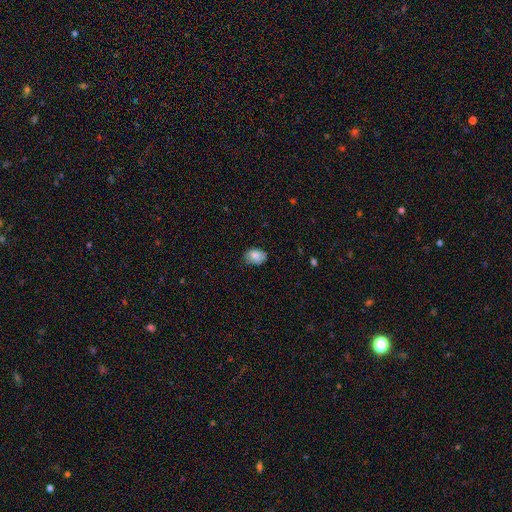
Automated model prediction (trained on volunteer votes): This is clearly a smooth galaxy (82%). How rounded: likely in between (75%). Merging: likely none (74%).